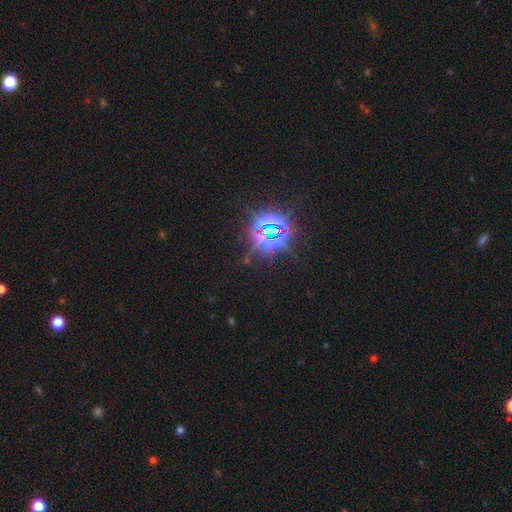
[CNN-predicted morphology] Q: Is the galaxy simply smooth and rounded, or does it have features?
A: star or artifact — 85%.